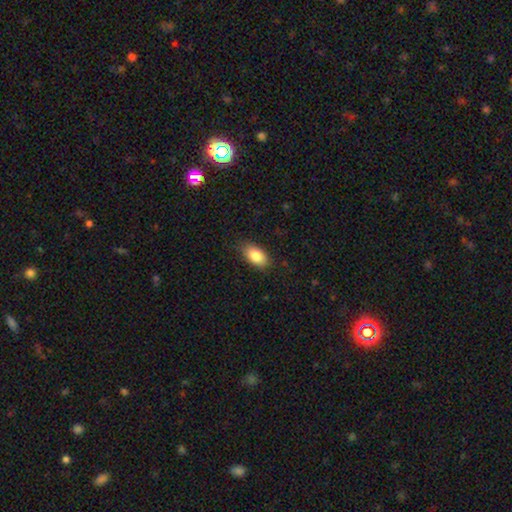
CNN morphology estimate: The model was most divided on "merging": none: 82%, minor disturbance: 14%, major disturbance: 3%, merger: 1%. More confident: how rounded — in between (92%); smooth or featured — smooth (85%).